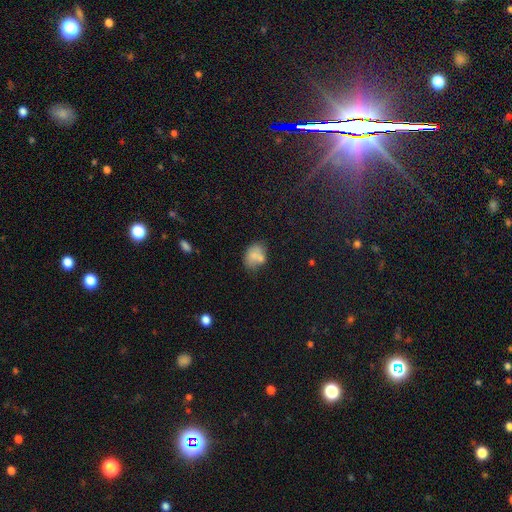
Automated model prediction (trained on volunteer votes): smooth-or-featured: smooth: 72% | featured or disk: 17% | star or artifact: 11%
  how-rounded: in between: 66% | round: 33% | cigar-shaped: 1%
  merging: none: 43% | merger: 25% | minor disturbance: 23% | major disturbance: 8%